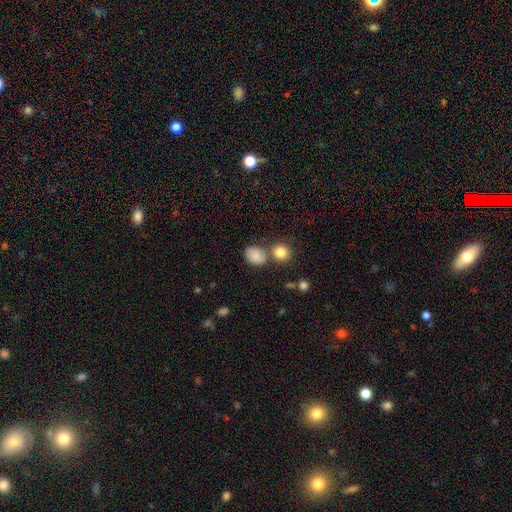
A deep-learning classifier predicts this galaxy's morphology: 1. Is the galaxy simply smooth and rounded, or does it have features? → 81% smooth, 10% featured or disk, 9% star or artifact.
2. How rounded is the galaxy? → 54% in between, 45% round, 1% cigar-shaped.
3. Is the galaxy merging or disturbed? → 56% none, 21% merger, 17% minor disturbance, 6% major disturbance.